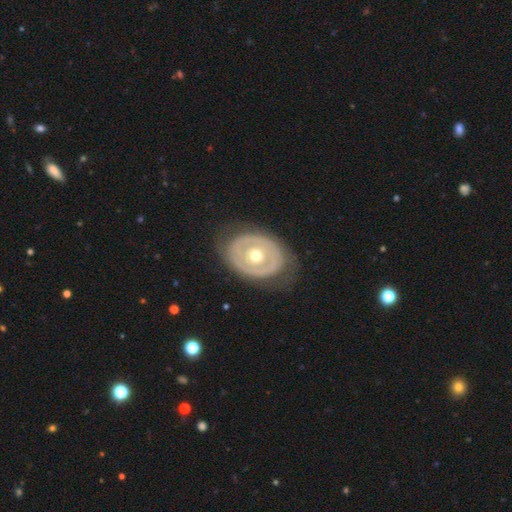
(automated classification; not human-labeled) This is likely a featured or disk galaxy (67%). It is clearly not viewed edge-on (94%). Bar: clearly no (89%). Spiral arm pattern: clearly no (80%). Central bulge: likely moderate (74%). Merging: likely none (75%).